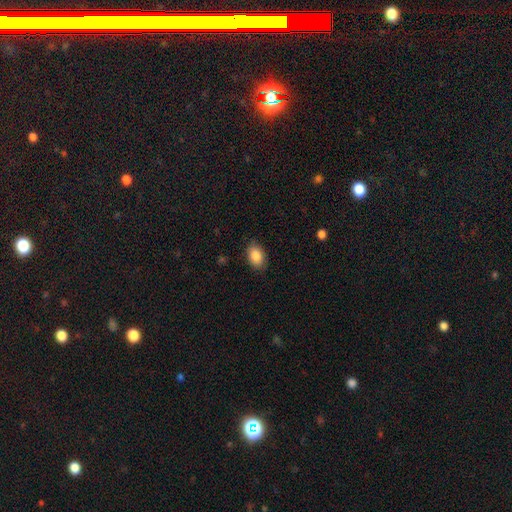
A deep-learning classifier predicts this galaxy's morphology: A smooth galaxy with no disk features (87%) that is in between round and cigar-shaped (85%). Merging: none (87%).